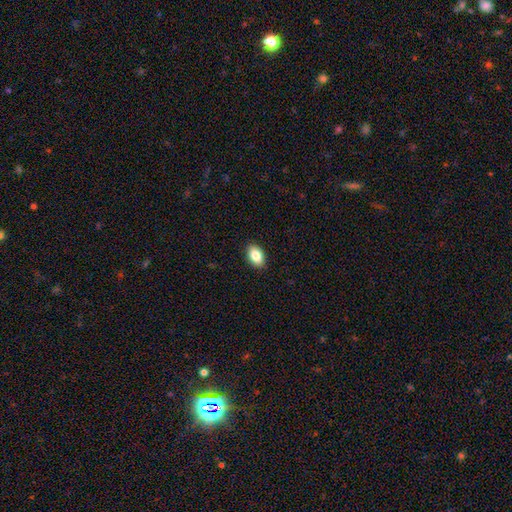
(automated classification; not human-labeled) Smooth or featured: smooth — 85% (star or artifact — 8%)
How rounded: in between — 89% (round — 9%)
Merging: none — 90% (minor disturbance — 8%)